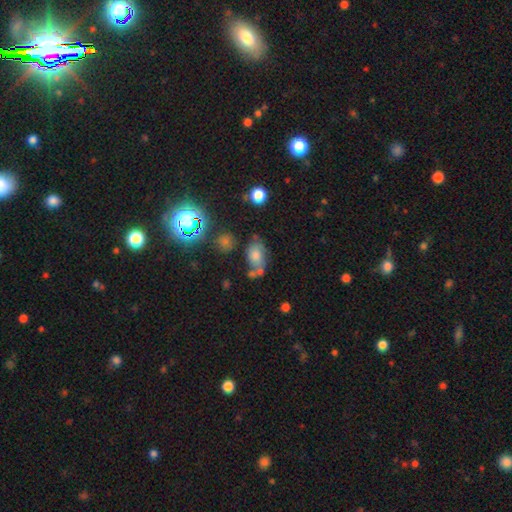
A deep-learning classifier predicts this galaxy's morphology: Smooth or featured?
  - smooth: 62% *
  - featured or disk: 22%
  - star or artifact: 16%
How rounded?
  - in between: 83% *
  - round: 14%
  - cigar-shaped: 3%
Merging?
  - none: 45% *
  - minor disturbance: 22%
  - merger: 22%
  - major disturbance: 11%